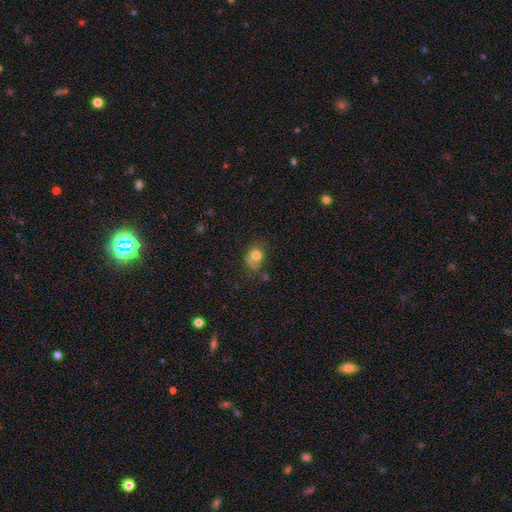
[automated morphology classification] Smooth or featured? smooth (72%)
How rounded? round (53%)
Merging? none (44%)